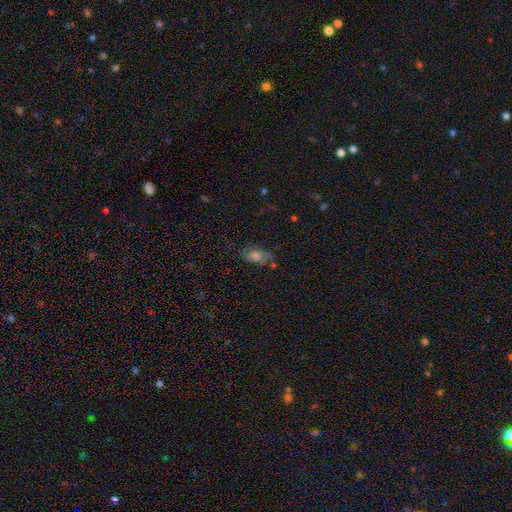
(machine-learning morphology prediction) Q: Smooth or featured?
A: smooth (41%); runner-up: featured or disk (36%)
Q: Merging?
A: none (67%); runner-up: minor disturbance (20%)